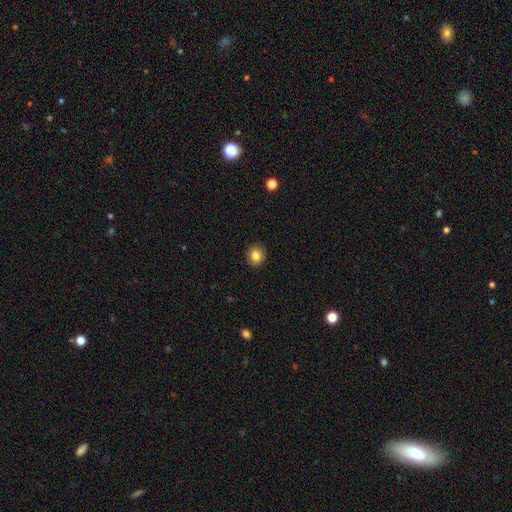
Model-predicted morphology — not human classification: This appears to be a smooth galaxy with no disk features (84%) that is round (78%). Merging: none (91%).